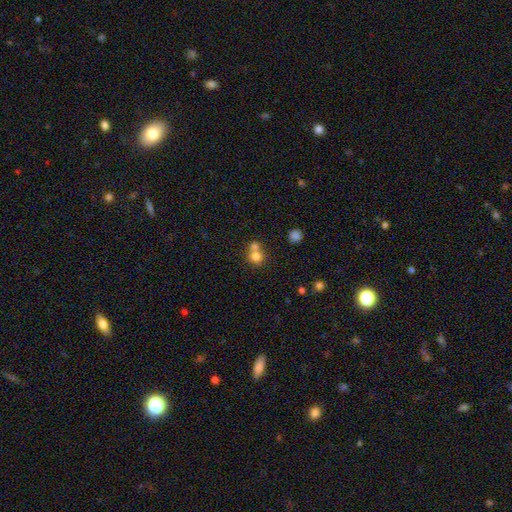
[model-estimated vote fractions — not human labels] Smooth or featured: smooth — 75% (star or artifact — 12%)
How rounded: round — 83% (in between — 16%)
Merging: merger — 53% (none — 39%)